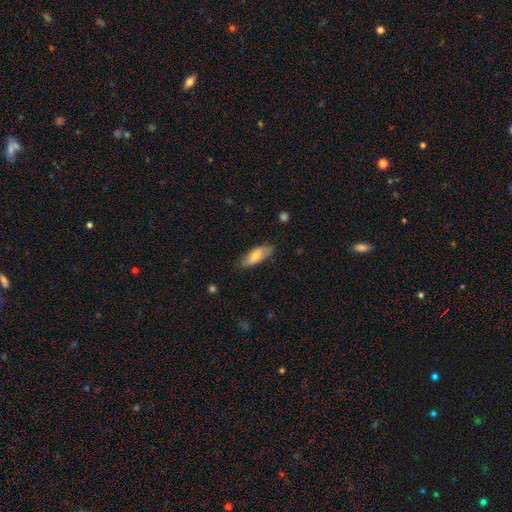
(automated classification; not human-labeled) Smooth or featured? Predicted: smooth (p=0.70). How rounded? Predicted: in between (p=0.73). Merging? Predicted: none (p=0.76).